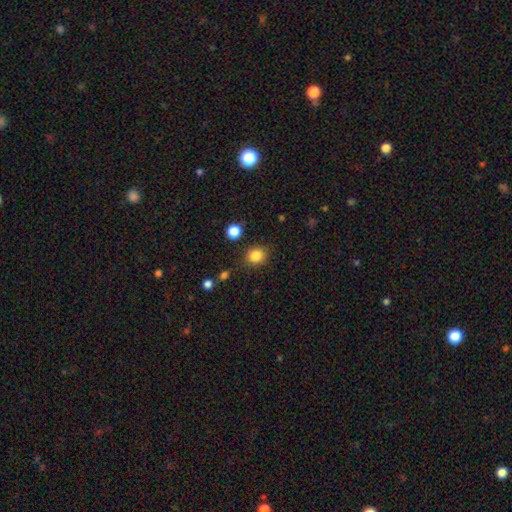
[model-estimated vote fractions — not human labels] smooth 85%, star or artifact 11%, featured or disk 5%. Down the decision tree: how rounded — round (79%); merging — none (84%).